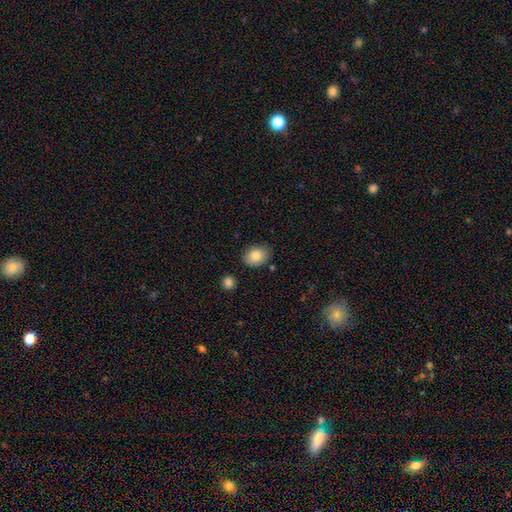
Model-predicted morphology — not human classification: A smooth galaxy with no disk features (83%) that is in between round and cigar-shaped (69%). Merging: none (82%).